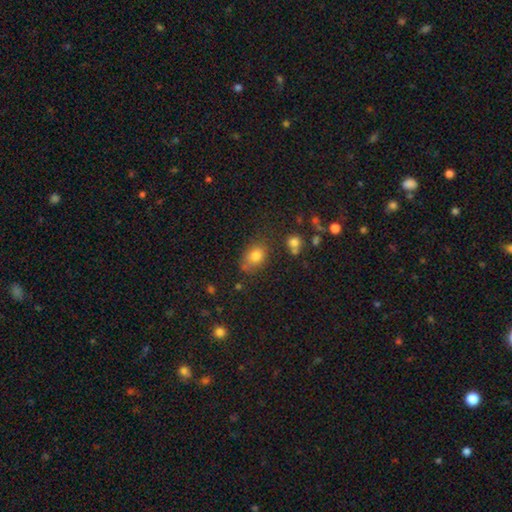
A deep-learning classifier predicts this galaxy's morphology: A smooth galaxy with no disk features (79%) that is in between round and cigar-shaped (71%). Merging: none (65%).